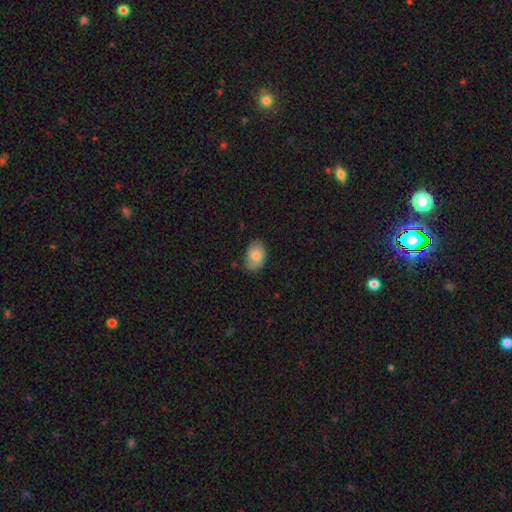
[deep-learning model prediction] The model was most divided on "merging": none: 78%, minor disturbance: 18%, major disturbance: 3%, merger: 1%. More confident: how rounded — in between (85%); smooth or featured — smooth (81%).